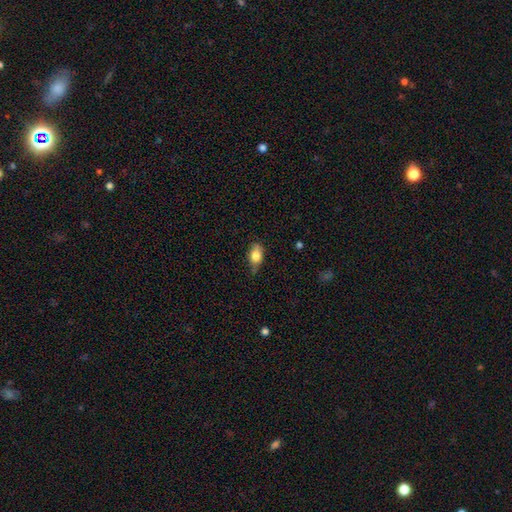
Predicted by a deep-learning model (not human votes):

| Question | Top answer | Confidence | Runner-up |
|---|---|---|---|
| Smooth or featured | smooth | 78% | featured or disk (14%) |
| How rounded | in between | 83% | round (13%) |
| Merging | none | 60% | minor disturbance (32%) |